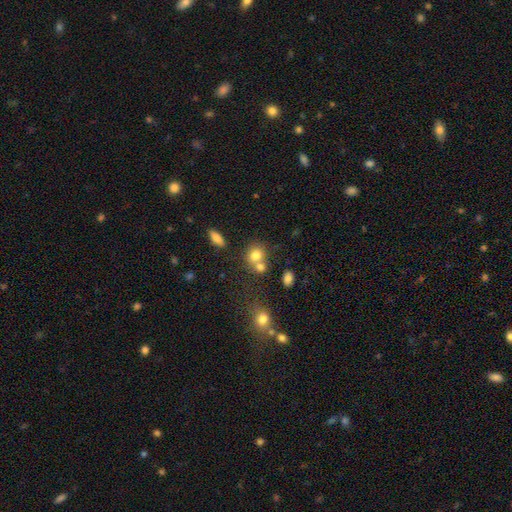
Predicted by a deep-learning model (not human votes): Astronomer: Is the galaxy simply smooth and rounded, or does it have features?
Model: smooth — 76%.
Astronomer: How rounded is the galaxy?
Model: round — 71%.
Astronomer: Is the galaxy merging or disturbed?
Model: merger — 44% (runner-up: none, 42%).